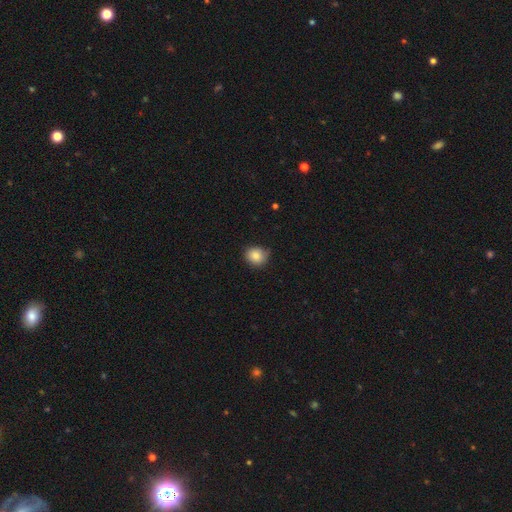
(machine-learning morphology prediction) Smooth or featured: smooth — 85% (star or artifact — 9%)
How rounded: round — 75% (in between — 24%)
Merging: none — 75% (minor disturbance — 21%)